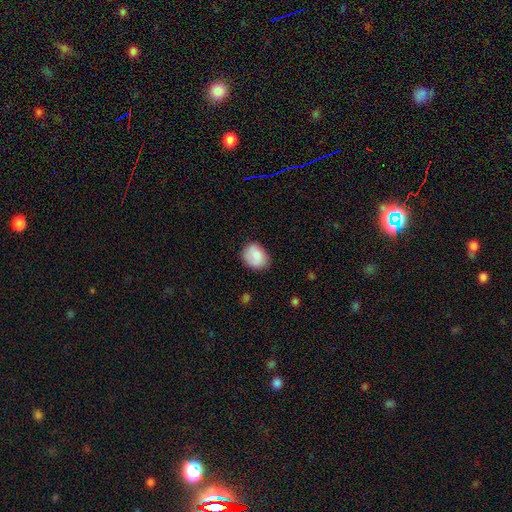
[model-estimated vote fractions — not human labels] smooth_or_featured: smooth (p=0.81) [alt: featured or disk p=0.11]
how_rounded: round (p=0.52) [alt: in between p=0.47]
merging: none (p=0.74) [alt: minor disturbance p=0.20]